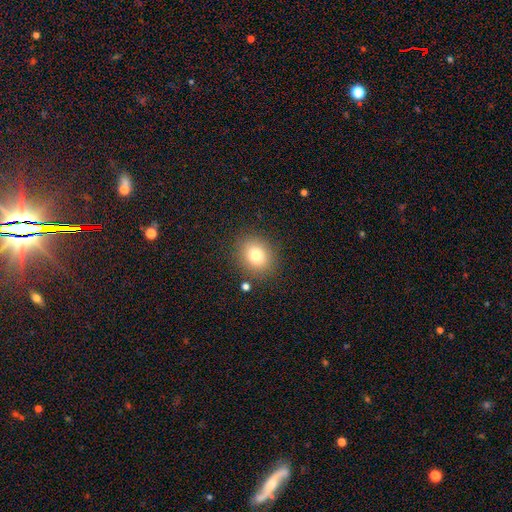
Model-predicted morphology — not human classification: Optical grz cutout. It shows a smooth galaxy with no disk features (78%) that is round (71%). Merging: none (85%).